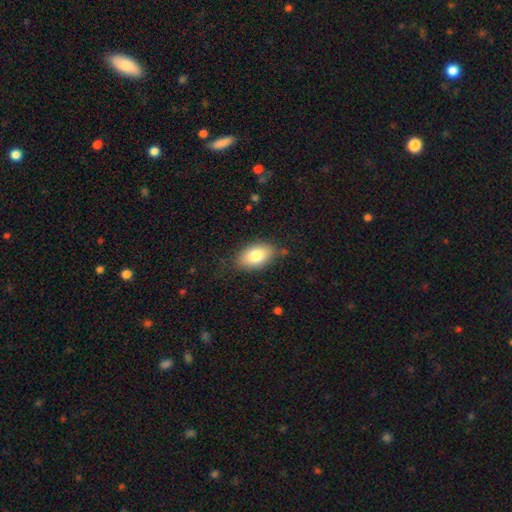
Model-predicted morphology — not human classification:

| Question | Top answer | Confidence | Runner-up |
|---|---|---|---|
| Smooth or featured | smooth | 80% | featured or disk (13%) |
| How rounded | in between | 91% | round (7%) |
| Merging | none | 79% | minor disturbance (16%) |